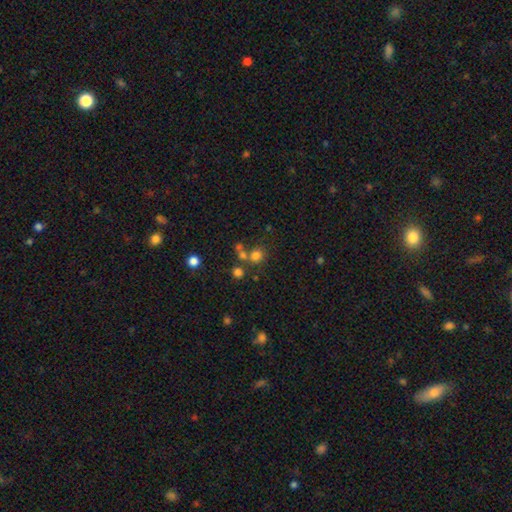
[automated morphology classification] smooth 72%, star or artifact 19%, featured or disk 9%. Down the decision tree: how rounded — round (83%); merging — none (59%).